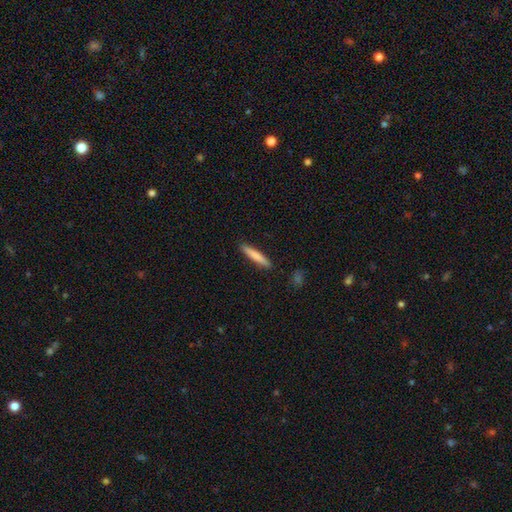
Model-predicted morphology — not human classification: This appears to be a smooth galaxy with no disk features (79%) that is cigar-shaped (93%). Merging: none (91%).